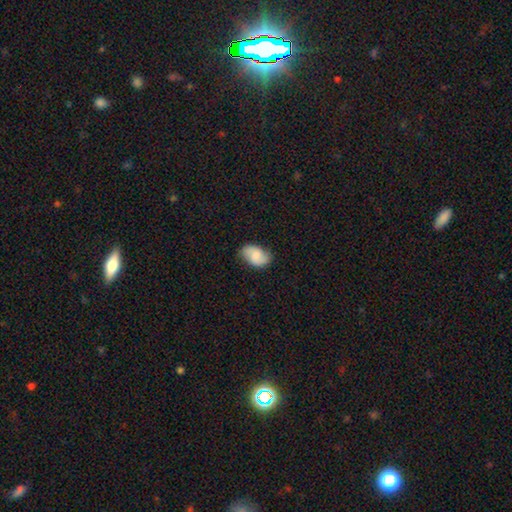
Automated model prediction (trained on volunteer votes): This appears to be a smooth galaxy with no disk features (62%) that is in between round and cigar-shaped (90%). Merging: none (76%).